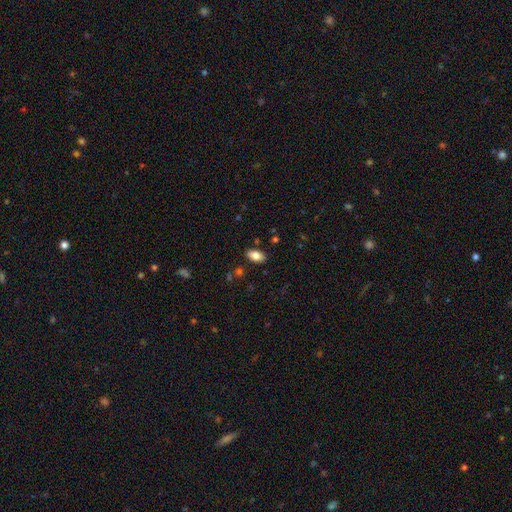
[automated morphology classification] A smooth galaxy with no disk features (83%) that is in between round and cigar-shaped (93%). Merging: none (86%).